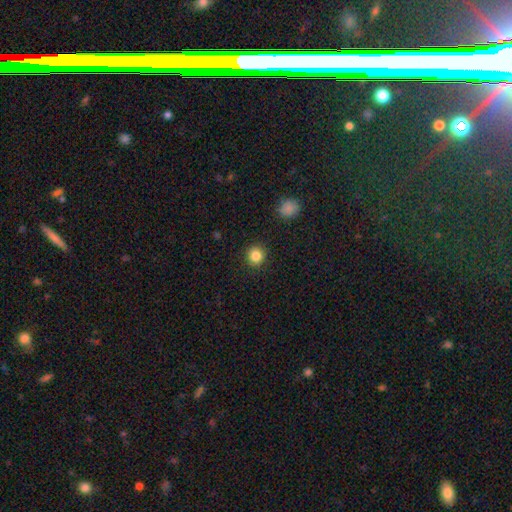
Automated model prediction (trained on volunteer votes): Smooth or featured: smooth — 85% (star or artifact — 10%)
How rounded: round — 91% (in between — 8%)
Merging: none — 91% (minor disturbance — 5%)